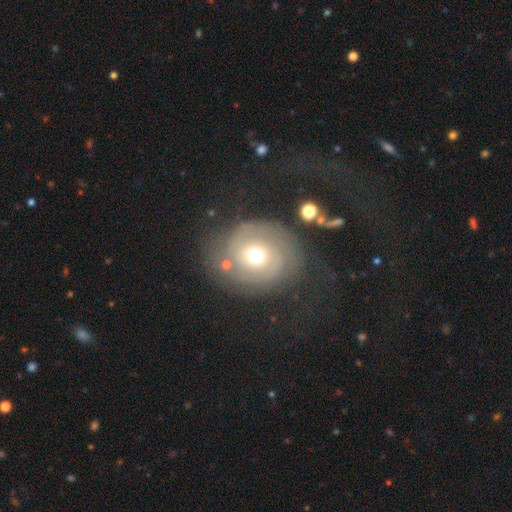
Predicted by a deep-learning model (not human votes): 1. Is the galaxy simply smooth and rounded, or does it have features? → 72% featured or disk, 19% smooth, 9% star or artifact.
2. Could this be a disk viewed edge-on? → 97% no, 3% yes.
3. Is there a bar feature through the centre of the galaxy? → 78% no, 17% weak, 4% strong.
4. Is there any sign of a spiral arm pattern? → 89% yes, 11% no.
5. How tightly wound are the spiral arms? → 62% tight, 28% medium, 10% loose.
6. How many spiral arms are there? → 69% 2, 15% can't tell, 6% 3, 4% 1, 3% 4, 3% more than 4.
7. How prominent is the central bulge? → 66% moderate, 25% small, 7% large, 1% dominant, 1% none.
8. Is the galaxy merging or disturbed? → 71% none, 15% minor disturbance, 10% major disturbance, 4% merger.